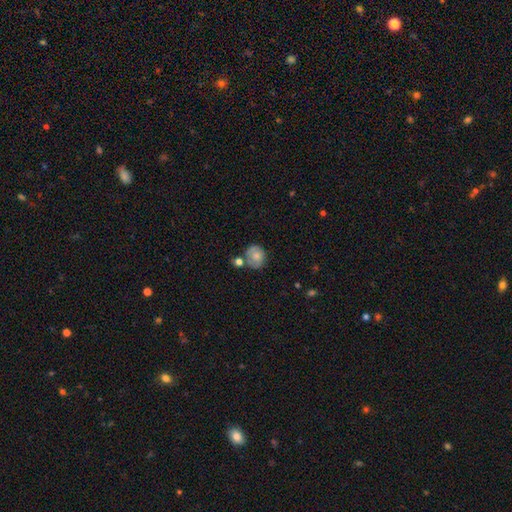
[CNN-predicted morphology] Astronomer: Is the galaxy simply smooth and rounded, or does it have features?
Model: smooth — 65%.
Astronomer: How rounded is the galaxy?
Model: round — 67%.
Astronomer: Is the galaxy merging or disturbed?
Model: none — 55%.